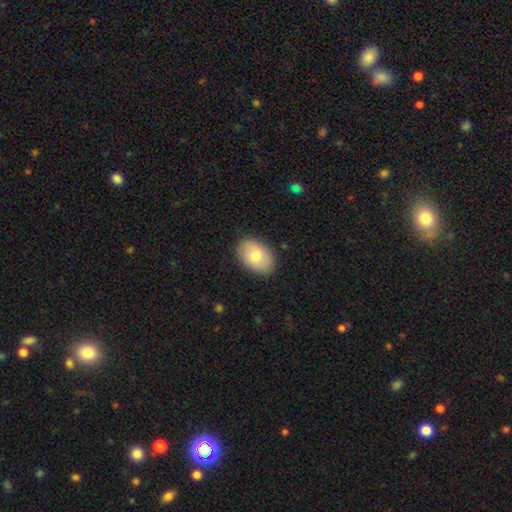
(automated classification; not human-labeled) A smooth galaxy with no disk features (76%) that is in between round and cigar-shaped (86%).

Vote fractions:
- Smooth or featured? smooth: 76% / featured or disk: 18% / star or artifact: 7%
- How rounded? in between: 86% / round: 13% / cigar-shaped: 1%
- Merging? none: 87% / minor disturbance: 10% / major disturbance: 2% / merger: 1%